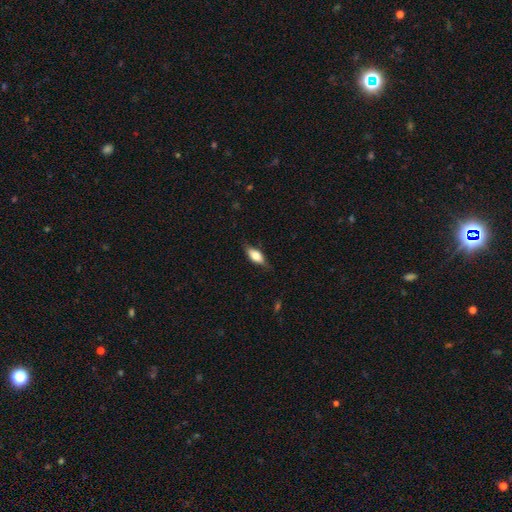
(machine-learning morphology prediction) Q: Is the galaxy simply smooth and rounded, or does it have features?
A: smooth — 68%.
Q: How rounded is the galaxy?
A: in between — 79%.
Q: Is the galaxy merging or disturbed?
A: none — 77%.